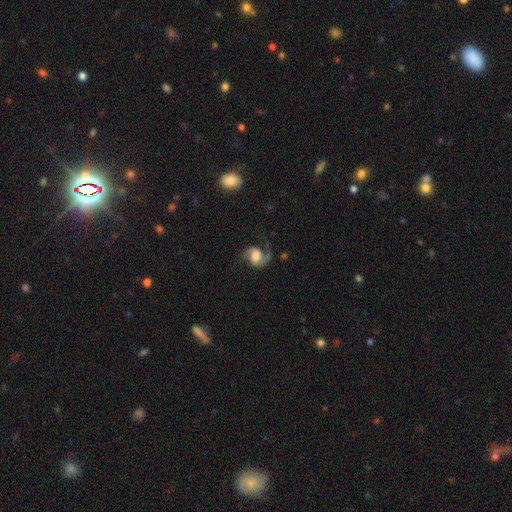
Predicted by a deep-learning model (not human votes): featured or disk 80%, smooth 13%, star or artifact 7%. Down the decision tree: edge-on disk — no (98%); bar — no (48%); spiral arms — yes (96%); spiral arm count — 2 (82%); spiral winding — loose (46%); bulge size — large (38%); merging — none (63%).